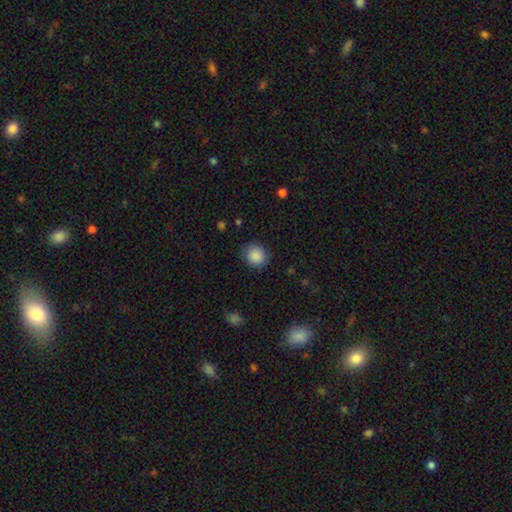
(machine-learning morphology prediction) type=smooth (88%); roundness=round (82%); merging=none (83%).